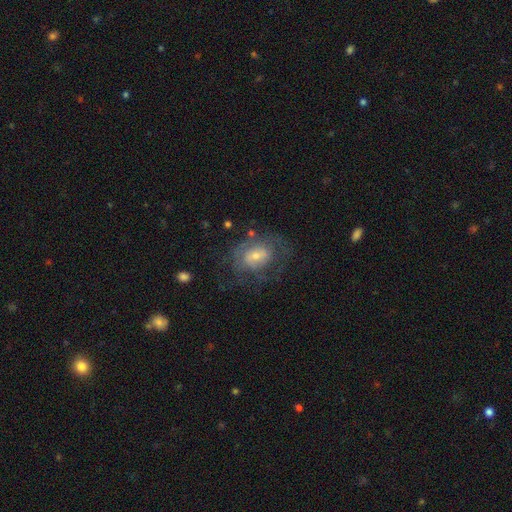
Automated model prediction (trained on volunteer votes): A featured or disk galaxy (55%) with no bar (64%), spiral arms (56%) and a small central bulge (54%).

Vote fractions:
- Smooth or featured? featured or disk: 55% / smooth: 34% / star or artifact: 10%
- Edge-on disk? no: 95% / yes: 5%
- Bar? no: 64% / weak: 29% / strong: 7%
- Spiral arms? yes: 56% / no: 44%
- Bulge size? small: 54% / moderate: 37% / large: 5% / none: 3% / dominant: 1%
- Merging? none: 57% / minor disturbance: 21% / major disturbance: 20% / merger: 2%